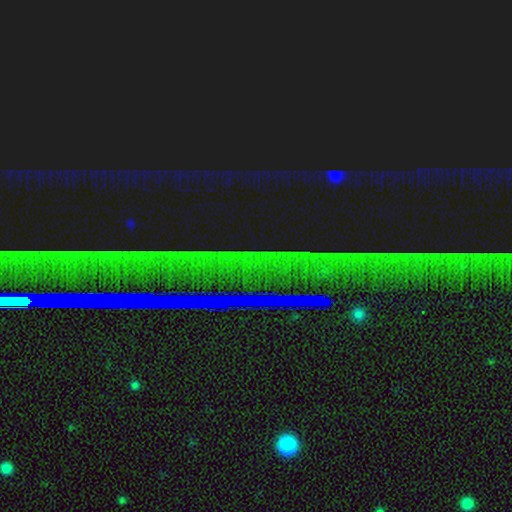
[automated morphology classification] smooth-or-featured: star or artifact: 86% | featured or disk: 7% | smooth: 6%